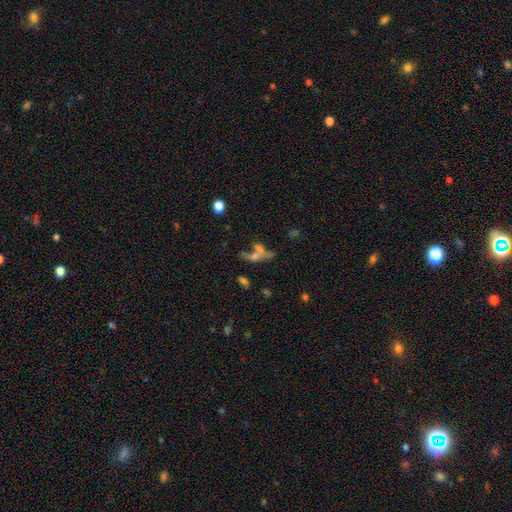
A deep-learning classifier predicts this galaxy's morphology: smooth-or-featured: featured or disk: 43% | smooth: 37% | star or artifact: 20%
  merging: none: 41% | merger: 37% | minor disturbance: 11% | major disturbance: 11%